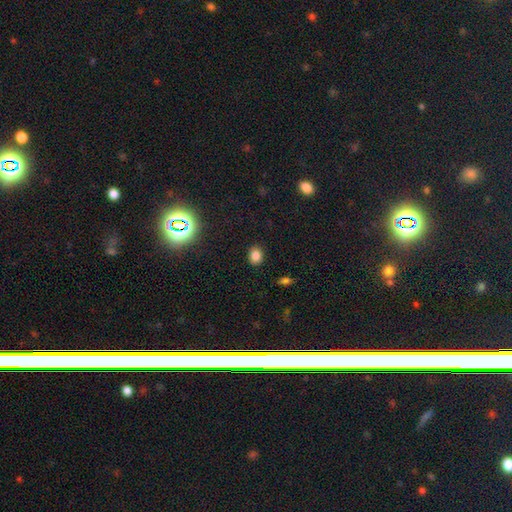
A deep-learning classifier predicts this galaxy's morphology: smooth_or_featured: smooth (p=0.80) [alt: star or artifact p=0.14]
how_rounded: in between (p=0.54) [alt: round p=0.45]
merging: none (p=0.89) [alt: minor disturbance p=0.08]